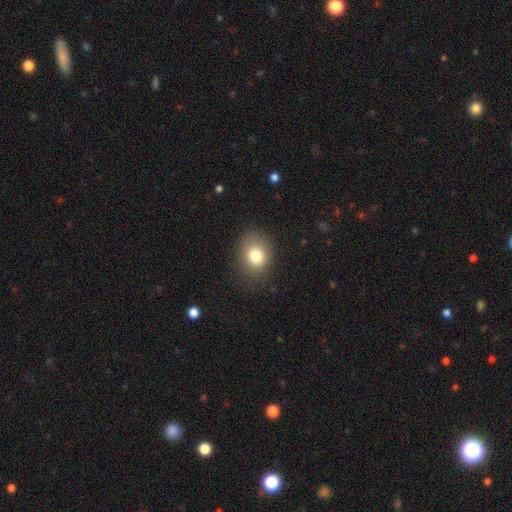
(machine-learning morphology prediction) smooth_or_featured: smooth (p=0.79) [alt: star or artifact p=0.11]
how_rounded: round (p=0.52) [alt: in between p=0.47]
merging: none (p=0.79) [alt: minor disturbance p=0.14]